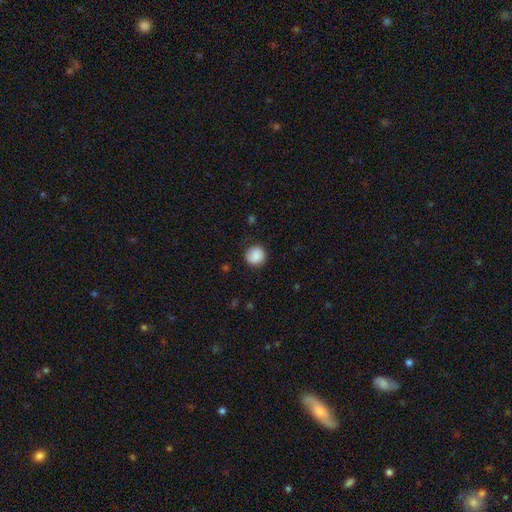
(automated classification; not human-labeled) Smooth or featured?
  - smooth: 86% *
  - star or artifact: 8%
  - featured or disk: 7%
How rounded?
  - round: 92% *
  - in between: 7%
  - cigar-shaped: 1%
Merging?
  - none: 85% *
  - minor disturbance: 11%
  - major disturbance: 3%
  - merger: 1%